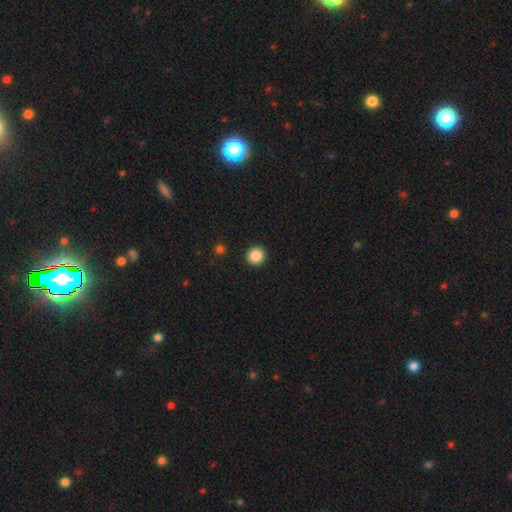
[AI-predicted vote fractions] Overall: smooth (87%). How rounded: round (94%). Merging: none (93%).